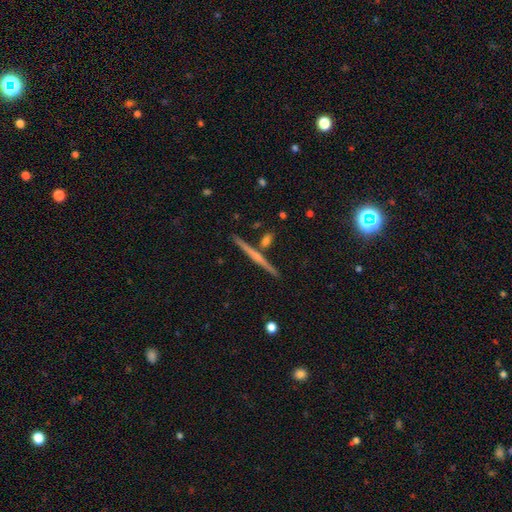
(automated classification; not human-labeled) Morphology: type=featured or disk (71%); edge-on=yes (98%); edge-on bulge=rounded (54%); merging=none (87%).